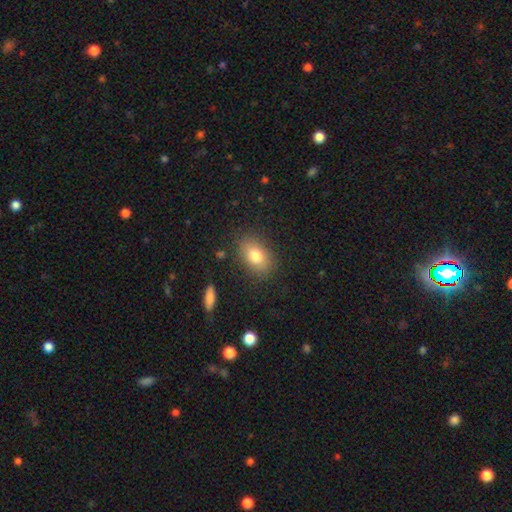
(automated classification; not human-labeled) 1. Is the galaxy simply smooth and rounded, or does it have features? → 79% smooth, 12% featured or disk, 9% star or artifact.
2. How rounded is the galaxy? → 81% in between, 17% round, 2% cigar-shaped.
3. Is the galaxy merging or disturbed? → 84% none, 11% minor disturbance, 3% major disturbance, 2% merger.